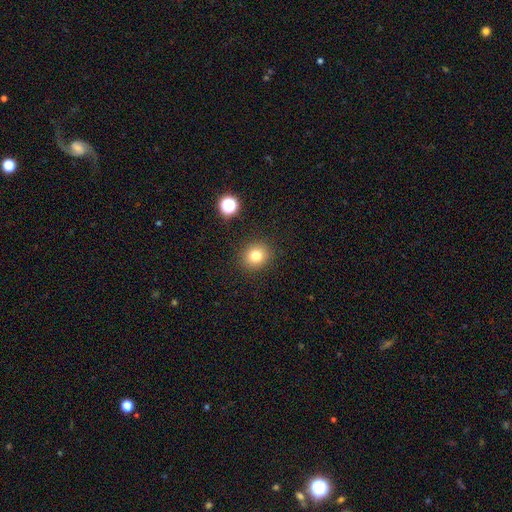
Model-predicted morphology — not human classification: type=smooth (79%); roundness=round (81%); merging=none (89%).